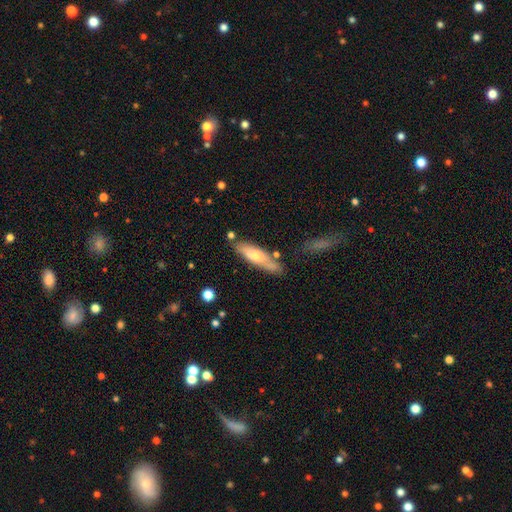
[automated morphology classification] This appears to be a smooth galaxy with no disk features (61%) that is cigar-shaped (63%). Merging: none (72%).